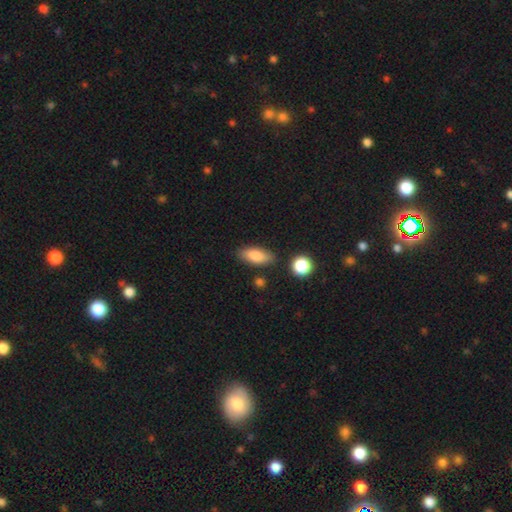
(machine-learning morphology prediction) Smooth or featured?
  - smooth: 82% *
  - featured or disk: 11%
  - star or artifact: 7%
How rounded?
  - in between: 84% *
  - cigar-shaped: 12%
  - round: 4%
Merging?
  - none: 82% *
  - minor disturbance: 11%
  - merger: 4%
  - major disturbance: 3%